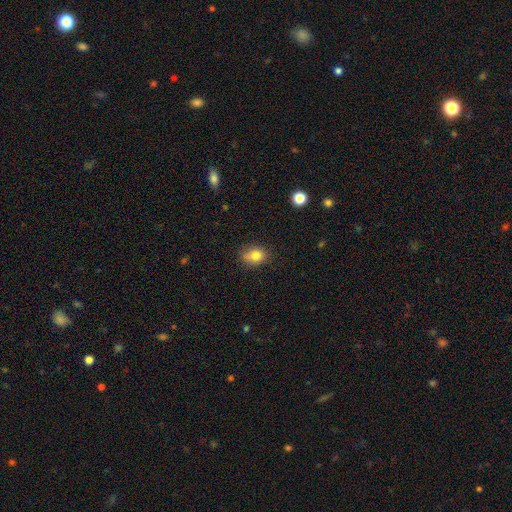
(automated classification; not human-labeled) The model was most divided on "how rounded": in between: 57%, round: 42%, cigar-shaped: 1%. More confident: smooth or featured — smooth (80%); merging — none (76%).